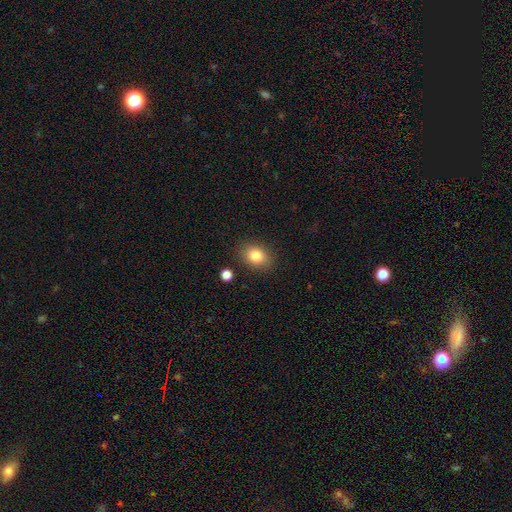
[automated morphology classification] The model was most divided on "how rounded": in between: 66%, round: 33%, cigar-shaped: 1%. More confident: merging — none (84%); smooth or featured — smooth (82%).